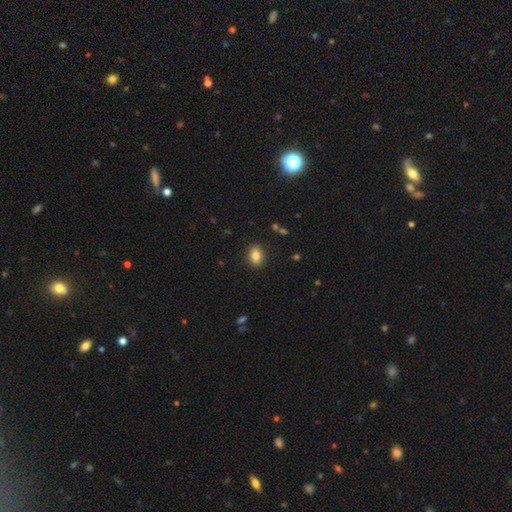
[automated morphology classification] This appears to be a smooth galaxy with no disk features (85%) that is in between round and cigar-shaped (80%). Merging: none (88%).